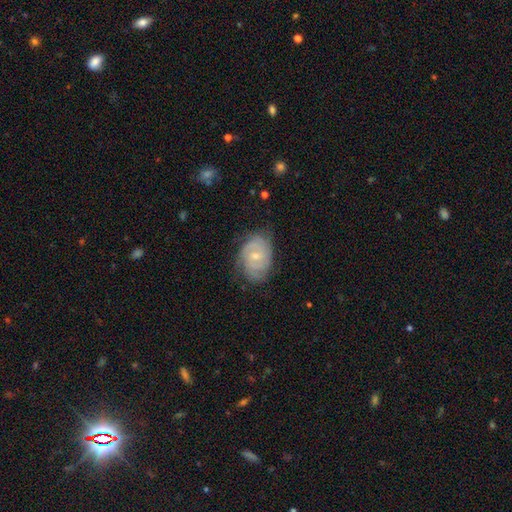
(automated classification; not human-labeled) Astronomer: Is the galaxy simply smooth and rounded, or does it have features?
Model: featured or disk — 77%.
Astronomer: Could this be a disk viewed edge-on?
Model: no — 97%.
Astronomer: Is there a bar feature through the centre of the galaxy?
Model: no — 57% (runner-up: weak, 36%).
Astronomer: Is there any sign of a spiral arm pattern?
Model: yes — 93%.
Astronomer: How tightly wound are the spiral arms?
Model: tight — 65%.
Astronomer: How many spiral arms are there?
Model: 2 — 35% (runner-up: can't tell, 31%).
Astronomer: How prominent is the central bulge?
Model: small — 60% (runner-up: moderate, 36%).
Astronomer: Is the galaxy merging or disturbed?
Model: none — 72%.